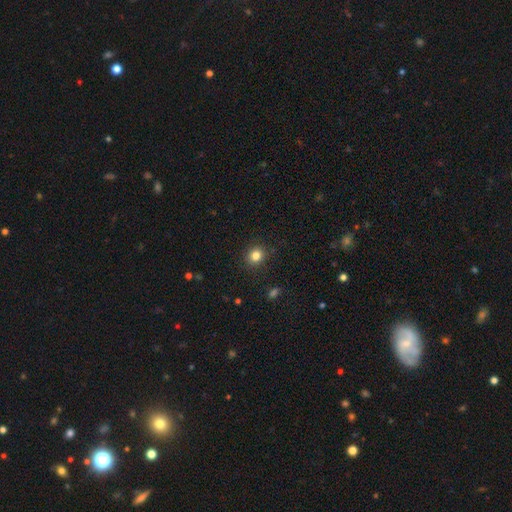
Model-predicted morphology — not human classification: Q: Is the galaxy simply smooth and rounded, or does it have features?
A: smooth — 82%.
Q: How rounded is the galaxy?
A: round — 81%.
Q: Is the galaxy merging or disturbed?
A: none — 89%.